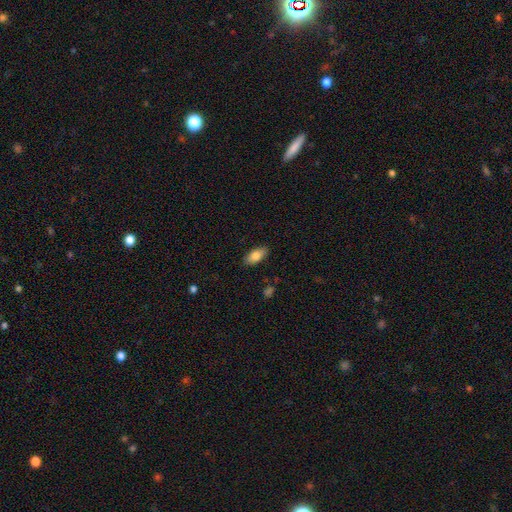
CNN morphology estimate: smooth_or_featured: smooth (p=0.83) [alt: featured or disk p=0.10]
how_rounded: in between (p=0.89) [alt: cigar-shaped p=0.08]
merging: none (p=0.87) [alt: minor disturbance p=0.10]